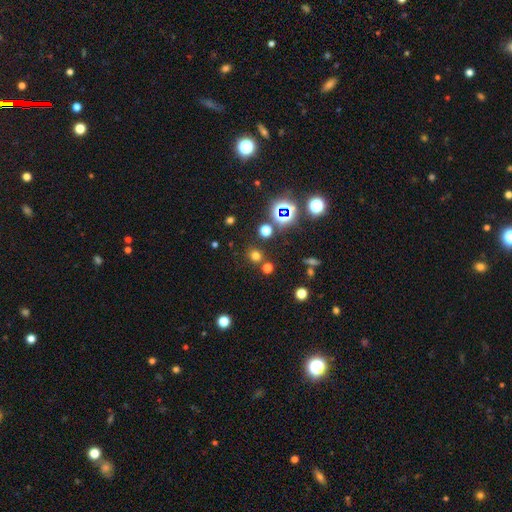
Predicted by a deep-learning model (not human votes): This appears to be a smooth galaxy with no disk features (63%) that is round (87%). Merging: none (81%).